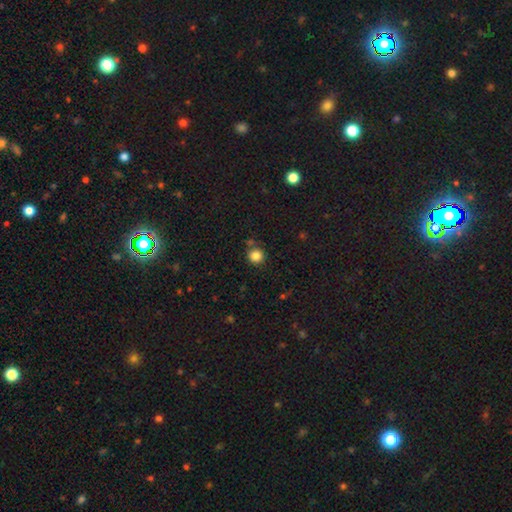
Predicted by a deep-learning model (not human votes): Overall: smooth (85%). How rounded: round (93%). Merging: none (77%).